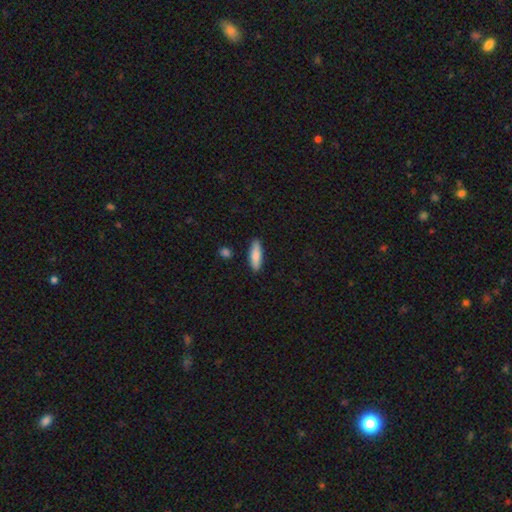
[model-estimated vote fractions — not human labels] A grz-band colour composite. It shows a smooth galaxy with no disk features (82%) that is cigar-shaped (49%, tied with in between). Merging: none (87%).